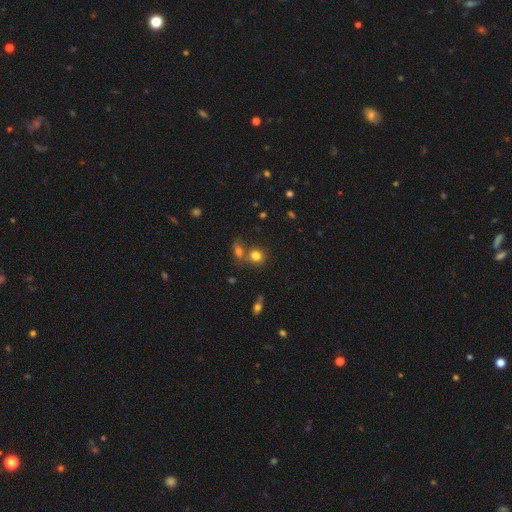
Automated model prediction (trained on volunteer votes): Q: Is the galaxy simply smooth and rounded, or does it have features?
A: smooth — 78%.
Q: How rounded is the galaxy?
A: round — 78%.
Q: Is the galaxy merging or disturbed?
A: none — 54%.